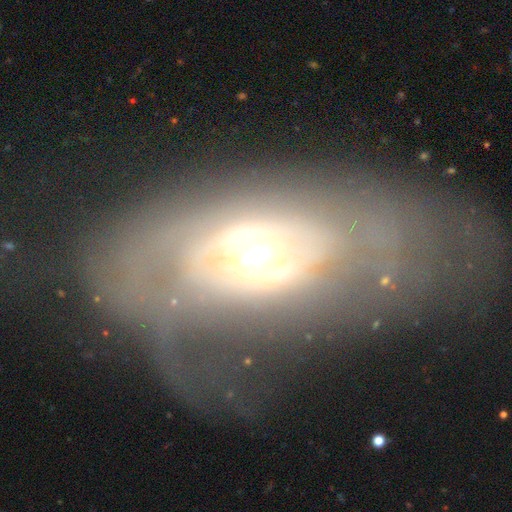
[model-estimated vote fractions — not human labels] Smooth or featured?
  - featured or disk: 69% *
  - smooth: 21%
  - star or artifact: 9%
Edge-on disk?
  - no: 82% *
  - yes: 18%
Bar?
  - no: 69% *
  - weak: 20%
  - strong: 11%
Spiral arms?
  - no: 66% *
  - yes: 34%
Bulge size?
  - moderate: 59% *
  - large: 28%
  - small: 8%
  - dominant: 4%
  - none: 2%
Merging?
  - none: 65% *
  - minor disturbance: 17%
  - major disturbance: 15%
  - merger: 3%